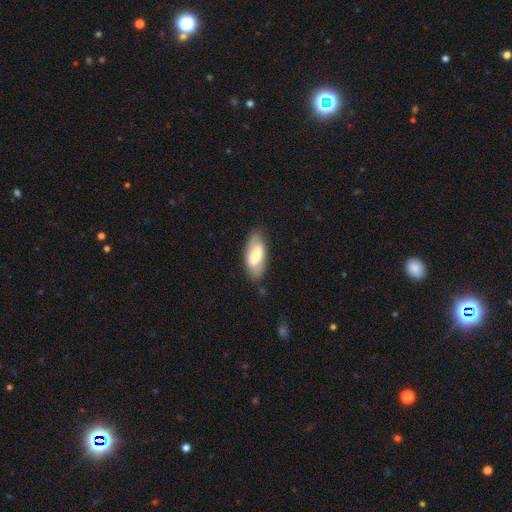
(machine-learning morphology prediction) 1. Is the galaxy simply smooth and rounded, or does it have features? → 57% smooth, 36% featured or disk, 6% star or artifact.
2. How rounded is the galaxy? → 86% in between, 12% cigar-shaped, 2% round.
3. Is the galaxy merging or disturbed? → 78% none, 16% minor disturbance, 4% major disturbance, 2% merger.